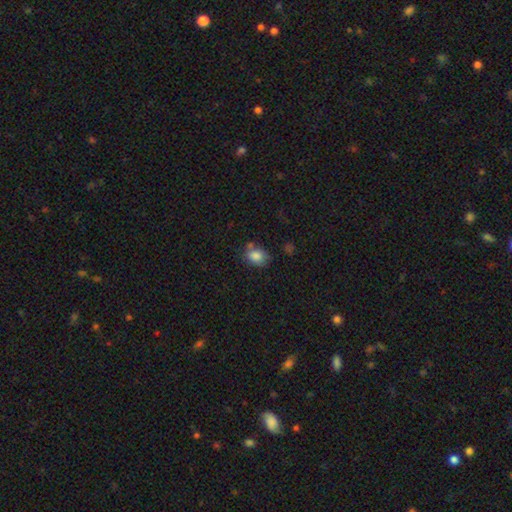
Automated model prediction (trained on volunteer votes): Overall: smooth (83%). How rounded: in between (61%; round 38%). Merging: none (58%; minor disturbance 22%).